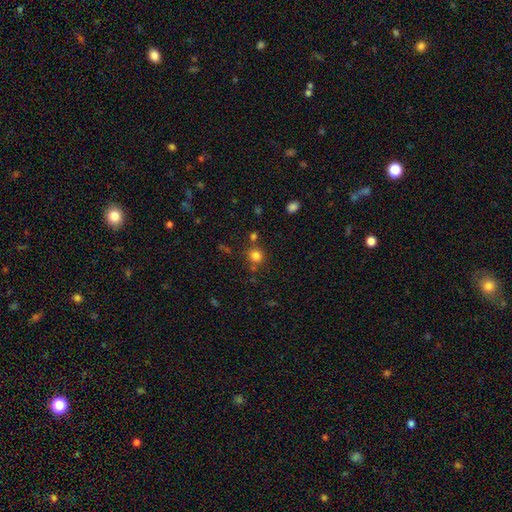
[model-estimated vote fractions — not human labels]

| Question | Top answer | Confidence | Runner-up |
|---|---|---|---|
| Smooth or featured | smooth | 79% | star or artifact (15%) |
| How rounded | round | 89% | in between (10%) |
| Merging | none | 76% | merger (11%) |